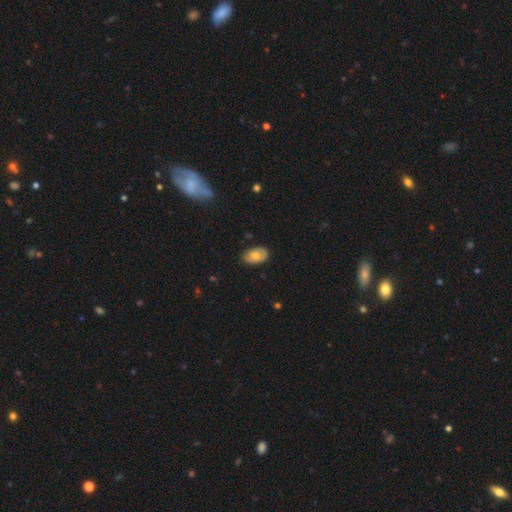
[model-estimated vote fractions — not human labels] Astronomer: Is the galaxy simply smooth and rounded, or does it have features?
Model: smooth — 70%.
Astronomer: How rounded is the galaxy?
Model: in between — 90%.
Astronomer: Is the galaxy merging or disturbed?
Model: none — 76%.